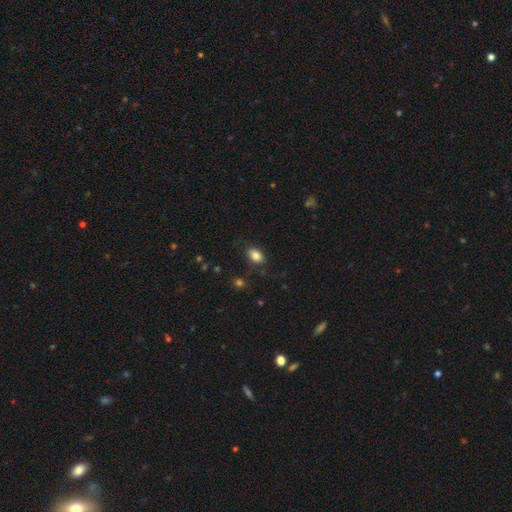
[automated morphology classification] Smooth or featured?
  - smooth: 84% *
  - star or artifact: 9%
  - featured or disk: 8%
How rounded?
  - in between: 88% *
  - round: 10%
  - cigar-shaped: 2%
Merging?
  - none: 78% *
  - minor disturbance: 16%
  - major disturbance: 4%
  - merger: 2%